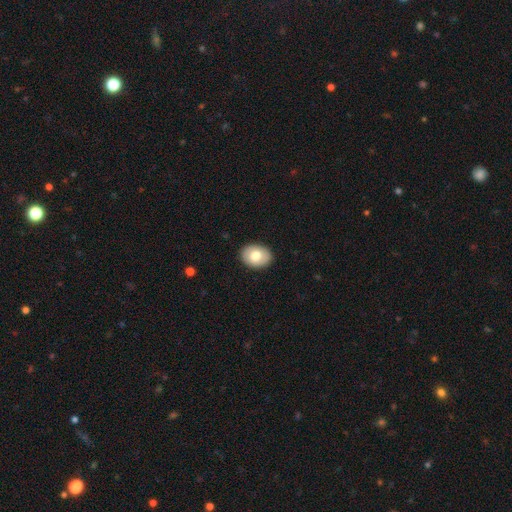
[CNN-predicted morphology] This appears to be a smooth galaxy with no disk features (75%) that is in between round and cigar-shaped (69%). Merging: none (90%).